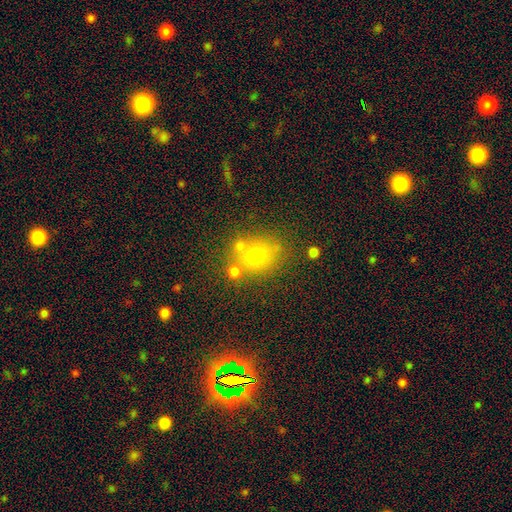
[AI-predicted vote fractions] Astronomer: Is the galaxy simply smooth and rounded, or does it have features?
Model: smooth — 70%.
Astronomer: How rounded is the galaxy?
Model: round — 74%.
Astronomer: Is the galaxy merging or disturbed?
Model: none — 63%.